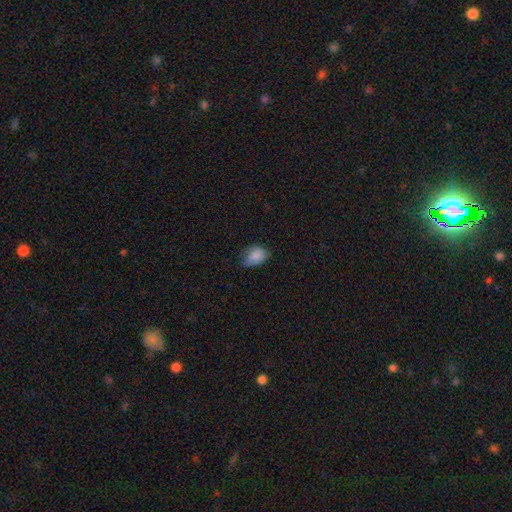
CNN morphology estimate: A smooth galaxy with no disk features (83%) that is in between round and cigar-shaped (79%).

Vote fractions:
- Smooth or featured? smooth: 83% / featured or disk: 9% / star or artifact: 8%
- How rounded? in between: 79% / round: 20% / cigar-shaped: 1%
- Merging? none: 54% / minor disturbance: 36% / major disturbance: 9% / merger: 1%